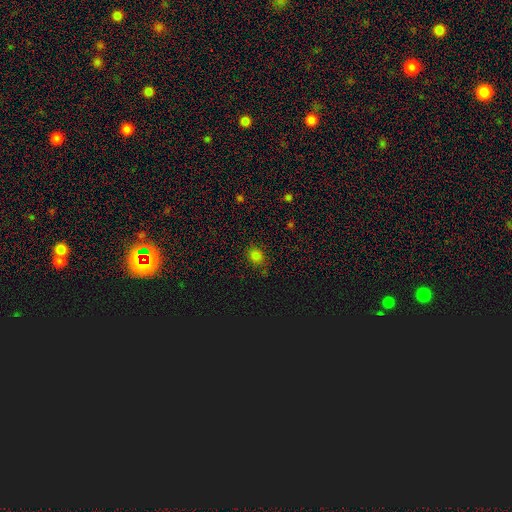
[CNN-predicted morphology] A smooth galaxy with no disk features (76%) that is round (64%). Merging: none (79%).